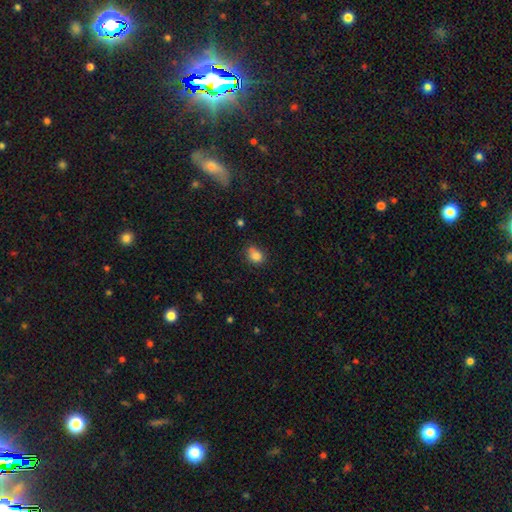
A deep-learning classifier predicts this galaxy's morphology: smooth_or_featured: smooth (p=0.83) [alt: star or artifact p=0.11]
how_rounded: in between (p=0.52) [alt: round p=0.47]
merging: none (p=0.59) [alt: minor disturbance p=0.29]